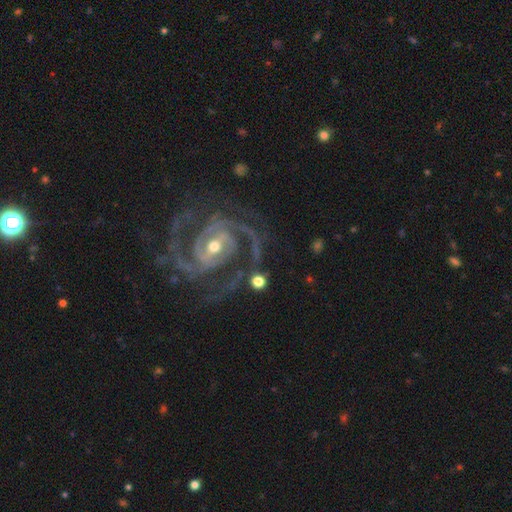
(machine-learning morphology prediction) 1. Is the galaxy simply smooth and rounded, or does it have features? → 91% featured or disk, 6% star or artifact, 3% smooth.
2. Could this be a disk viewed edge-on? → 98% no, 2% yes.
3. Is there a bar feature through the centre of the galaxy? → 38% weak, 33% strong, 29% no.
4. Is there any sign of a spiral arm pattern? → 98% yes, 2% no.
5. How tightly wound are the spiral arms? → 48% tight, 45% medium, 7% loose.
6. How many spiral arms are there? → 73% 2, 12% 3, 5% can't tell, 4% 4, 3% 1, 3% more than 4.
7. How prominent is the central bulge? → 62% small, 33% moderate, 2% large, 1% none, 1% dominant.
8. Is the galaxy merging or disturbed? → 72% none, 14% minor disturbance, 10% major disturbance, 4% merger.